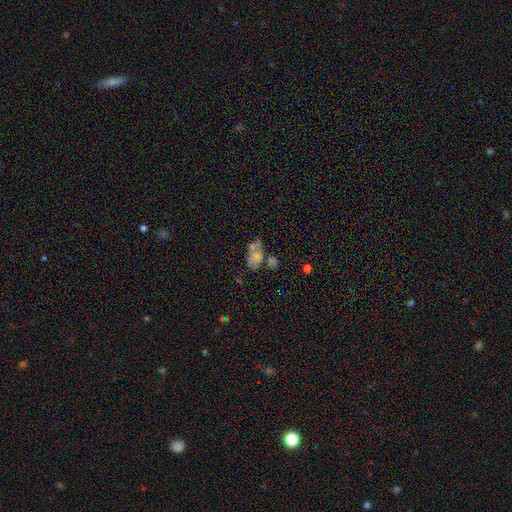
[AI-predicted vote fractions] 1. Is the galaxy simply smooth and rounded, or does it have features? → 59% smooth, 28% featured or disk, 13% star or artifact.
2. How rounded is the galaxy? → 84% in between, 12% round, 4% cigar-shaped.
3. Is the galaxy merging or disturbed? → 37% merger, 30% none, 19% minor disturbance, 14% major disturbance.